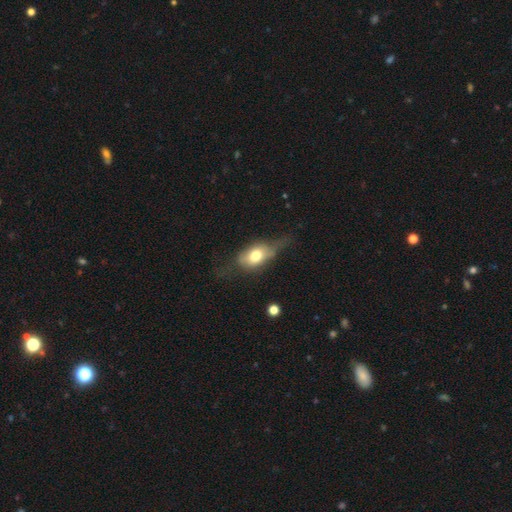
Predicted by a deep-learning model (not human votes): The model was most divided on "merging": none: 36%, minor disturbance: 33%, major disturbance: 27%, merger: 3%. More confident: how rounded — in between (81%); smooth or featured — smooth (65%).